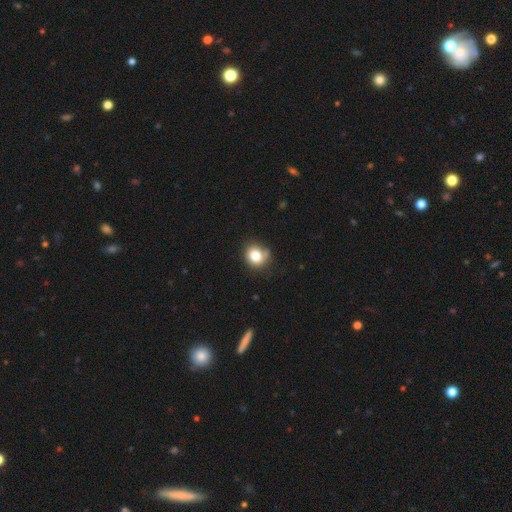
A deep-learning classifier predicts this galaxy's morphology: type=smooth (79%); roundness=round (77%); merging=none (69%).